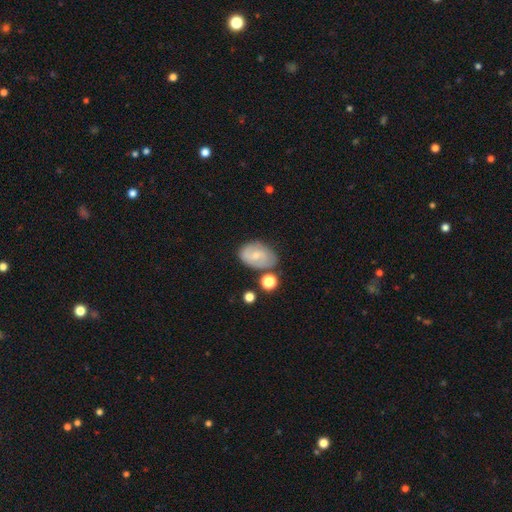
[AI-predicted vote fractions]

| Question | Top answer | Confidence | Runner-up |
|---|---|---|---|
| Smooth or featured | featured or disk | 48% | smooth (43%) |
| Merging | none | 62% | minor disturbance (23%) |